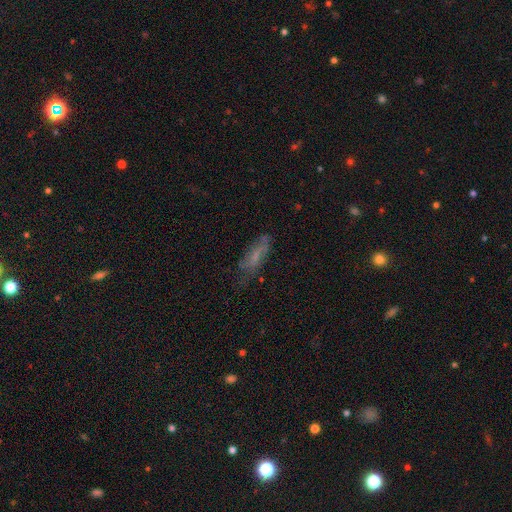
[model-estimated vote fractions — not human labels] Q: Smooth or featured?
A: smooth (52%); runner-up: featured or disk (37%)
Q: How rounded?
A: in between (49%); runner-up: cigar-shaped (48%)
Q: Merging?
A: none (57%); runner-up: minor disturbance (27%)